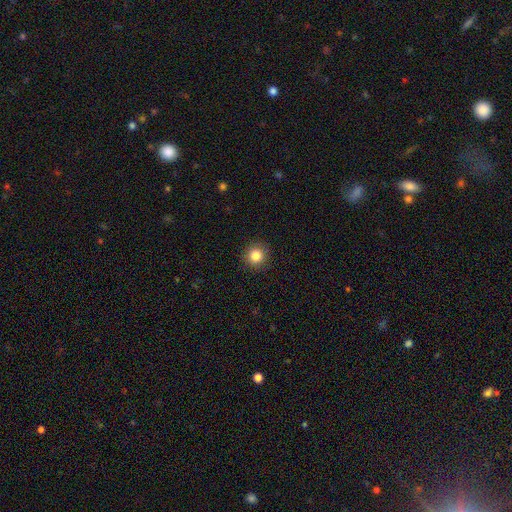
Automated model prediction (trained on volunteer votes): A smooth galaxy with no disk features (84%) that is round (94%).

Vote fractions:
- Smooth or featured? smooth: 84% / star or artifact: 11% / featured or disk: 5%
- How rounded? round: 94% / in between: 5% / cigar-shaped: 1%
- Merging? none: 92% / minor disturbance: 6% / major disturbance: 2% / merger: 1%